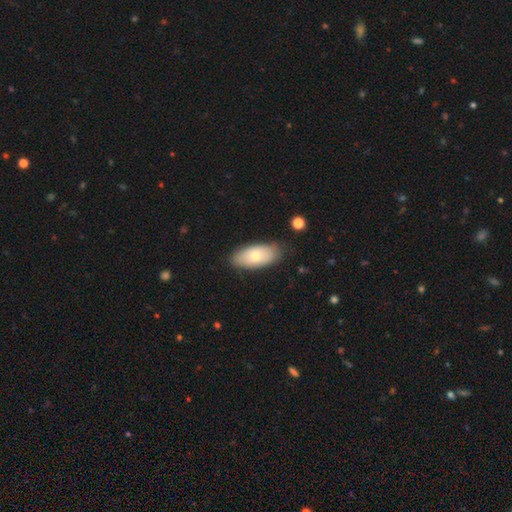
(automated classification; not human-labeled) Q: Smooth or featured?
A: smooth (72%); runner-up: featured or disk (22%)
Q: How rounded?
A: in between (91%); runner-up: cigar-shaped (6%)
Q: Merging?
A: none (80%); runner-up: minor disturbance (15%)